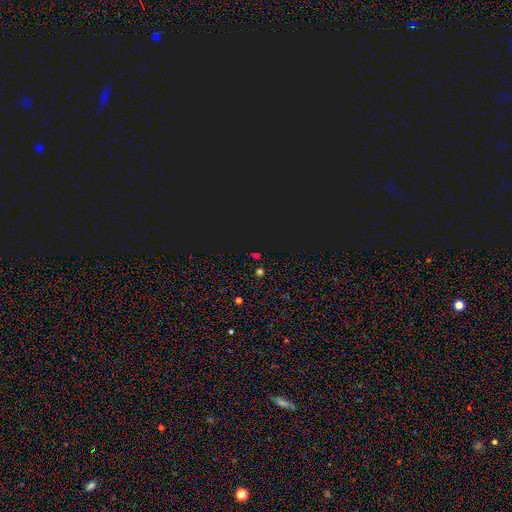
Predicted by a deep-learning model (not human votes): smooth_or_featured: star or artifact (p=0.66) [alt: smooth p=0.28]